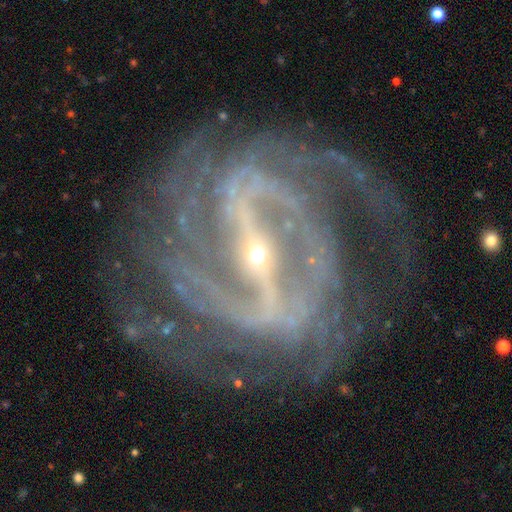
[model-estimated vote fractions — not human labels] smooth-or-featured: featured or disk: 92% | star or artifact: 6% | smooth: 3%
  disk-edge-on: no: 94% | yes: 6%
    bar: strong: 84% | weak: 12% | no: 4%
    has-spiral-arms: yes: 97% | no: 3%
      spiral-winding: tight: 52% | medium: 38% | loose: 10%
      spiral-arm-count: 2: 31% | can't tell: 19% | 3: 16% | 4: 16% | more than 4: 10% | 1: 8%
    bulge-size: small: 82% | moderate: 14% | large: 2% | none: 1% | dominant: 1%
  merging: none: 72% | minor disturbance: 14% | major disturbance: 12% | merger: 2%